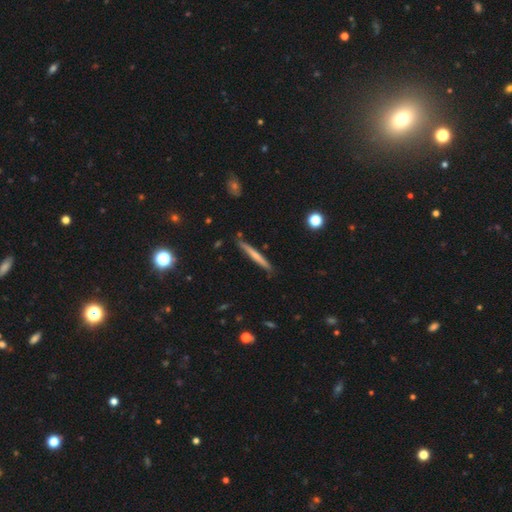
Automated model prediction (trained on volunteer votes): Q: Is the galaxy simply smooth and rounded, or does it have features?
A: smooth — 55%.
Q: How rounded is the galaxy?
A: cigar-shaped — 96%.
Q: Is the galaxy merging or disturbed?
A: none — 86%.